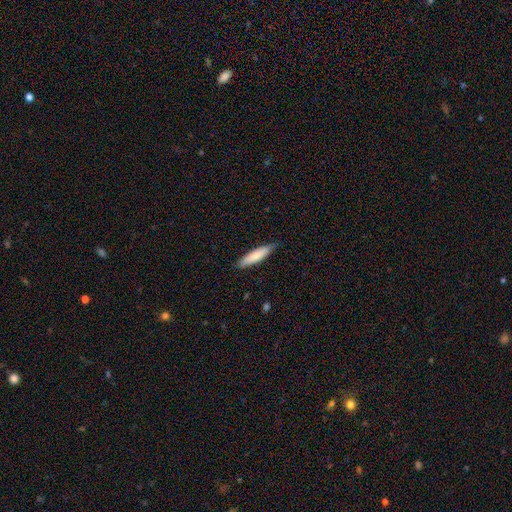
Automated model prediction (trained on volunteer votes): A smooth galaxy with no disk features (78%) that is cigar-shaped (79%).

Vote fractions:
- Smooth or featured? smooth: 78% / featured or disk: 17% / star or artifact: 5%
- How rounded? cigar-shaped: 79% / in between: 20% / round: 1%
- Merging? none: 84% / minor disturbance: 13% / major disturbance: 2% / merger: 1%